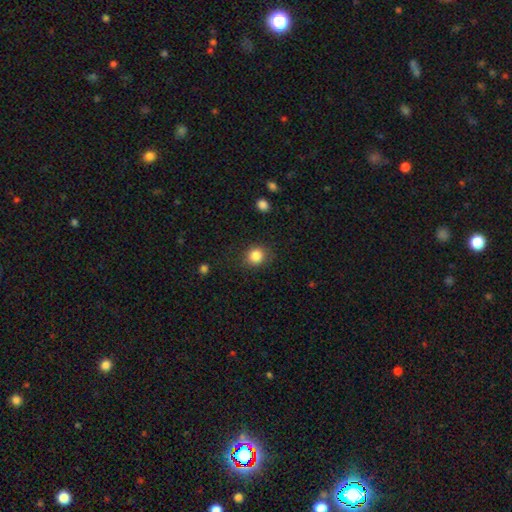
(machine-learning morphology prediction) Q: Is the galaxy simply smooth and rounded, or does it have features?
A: smooth — 85%.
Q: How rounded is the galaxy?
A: round — 81%.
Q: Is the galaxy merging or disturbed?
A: none — 84%.